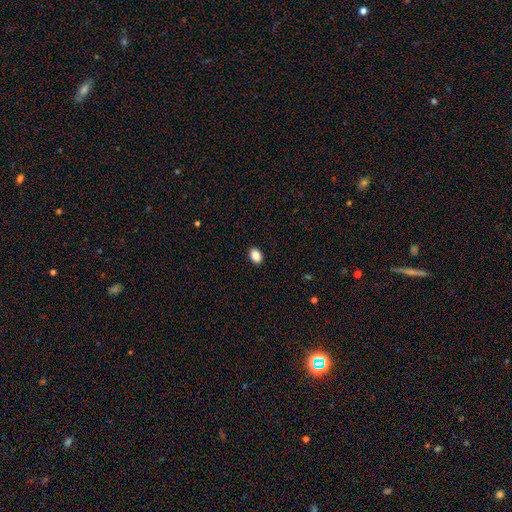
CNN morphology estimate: Smooth or featured: smooth — 89% (star or artifact — 8%)
How rounded: in between — 81% (round — 17%)
Merging: none — 91% (minor disturbance — 6%)